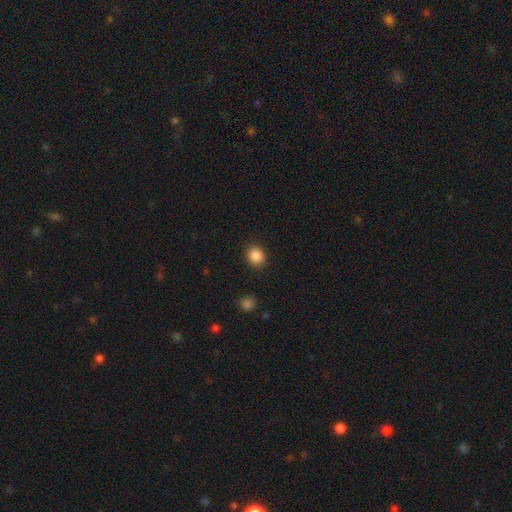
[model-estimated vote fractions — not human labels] smooth 87%, star or artifact 10%, featured or disk 3%. Down the decision tree: how rounded — round (77%); merging — none (89%).